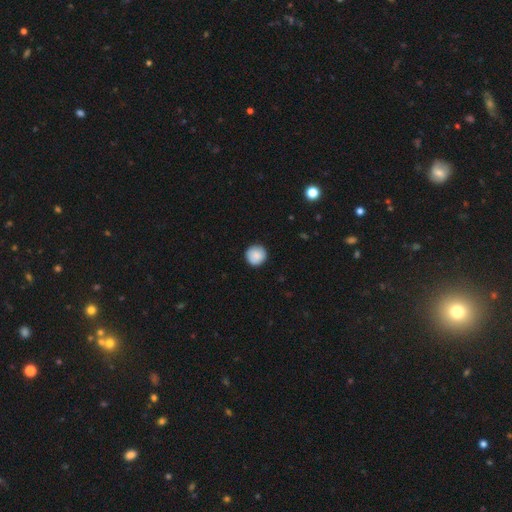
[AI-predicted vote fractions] smooth 87%, star or artifact 7%, featured or disk 6%. Down the decision tree: how rounded — round (95%); merging — none (89%).